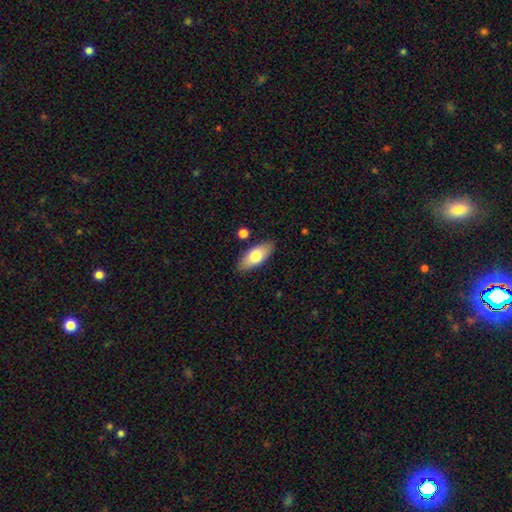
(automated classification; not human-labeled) The model was most divided on "smooth or featured": smooth: 73%, featured or disk: 21%, star or artifact: 6%. More confident: merging — none (85%); how rounded — in between (83%).